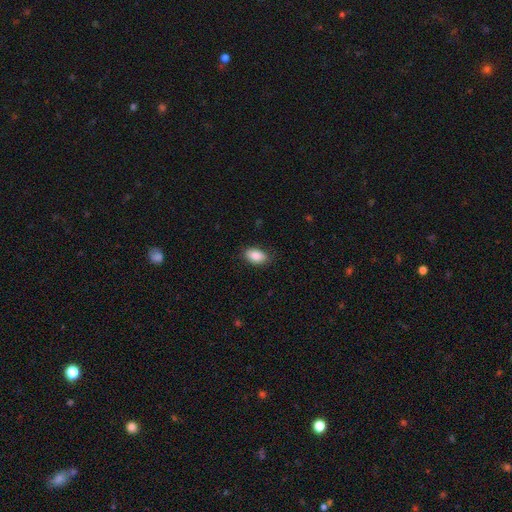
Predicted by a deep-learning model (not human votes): Overall: smooth (88%). How rounded: in between (91%). Merging: none (83%).